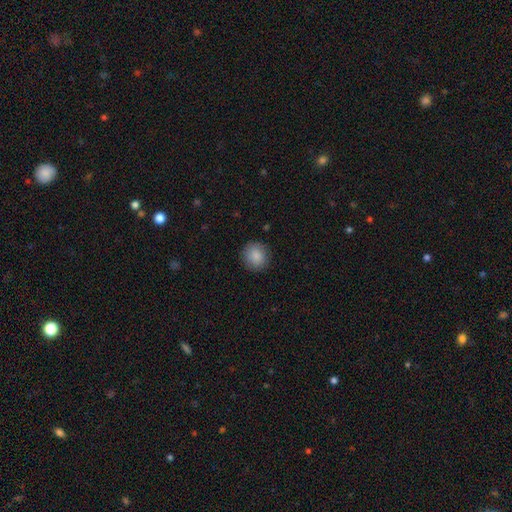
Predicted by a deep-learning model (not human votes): smooth-or-featured: smooth: 87% | star or artifact: 7% | featured or disk: 5%
  how-rounded: round: 86% | in between: 13% | cigar-shaped: 1%
  merging: none: 88% | minor disturbance: 9% | major disturbance: 2% | merger: 1%